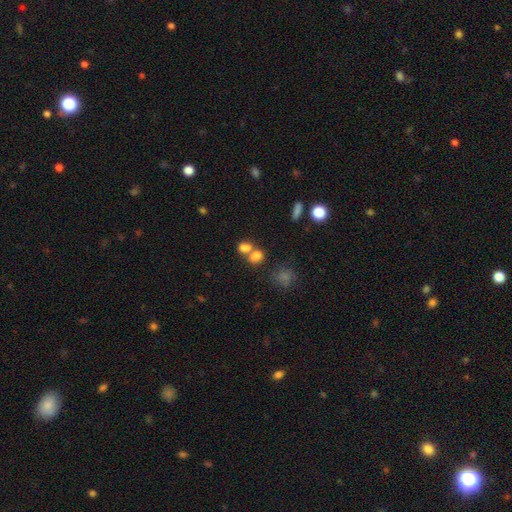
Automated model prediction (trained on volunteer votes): smooth-or-featured: smooth: 74% | star or artifact: 14% | featured or disk: 11%
  how-rounded: in between: 59% | round: 39% | cigar-shaped: 2%
  merging: merger: 57% | none: 32% | minor disturbance: 7% | major disturbance: 4%